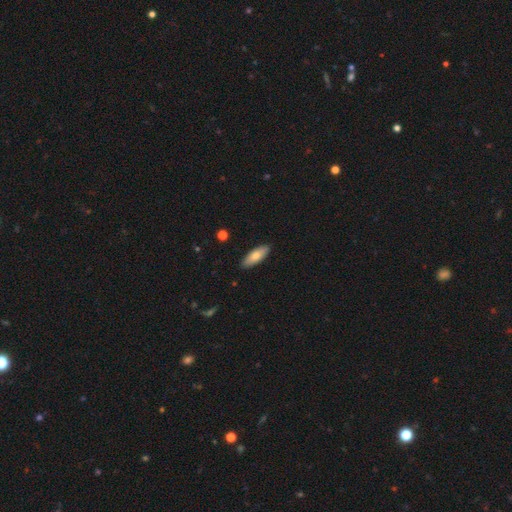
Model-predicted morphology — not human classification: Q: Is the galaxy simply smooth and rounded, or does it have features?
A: smooth — 73%.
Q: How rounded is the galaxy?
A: in between — 66%.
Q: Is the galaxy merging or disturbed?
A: none — 89%.